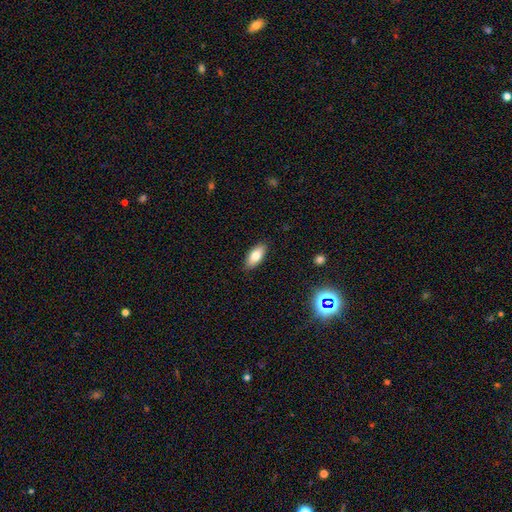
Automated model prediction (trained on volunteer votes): Smooth or featured? smooth (78%)
How rounded? in between (87%)
Merging? none (88%)